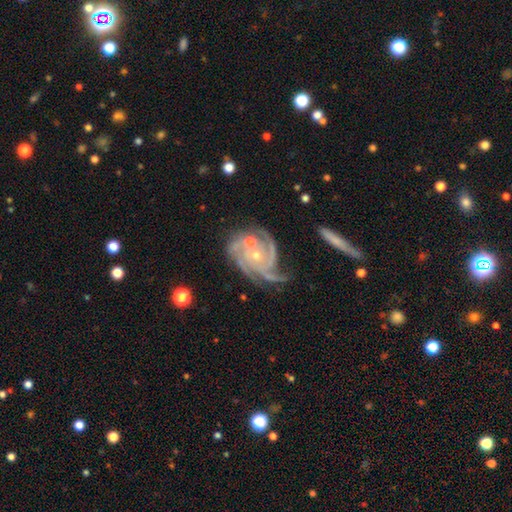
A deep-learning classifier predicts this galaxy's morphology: featured or disk 90%, star or artifact 6%, smooth 4%. Down the decision tree: edge-on disk — no (97%); bar — no (73%); spiral arms — yes (98%); spiral arm count — 3 (36%); spiral winding — tight (64%); bulge size — small (65%); merging — none (52%).